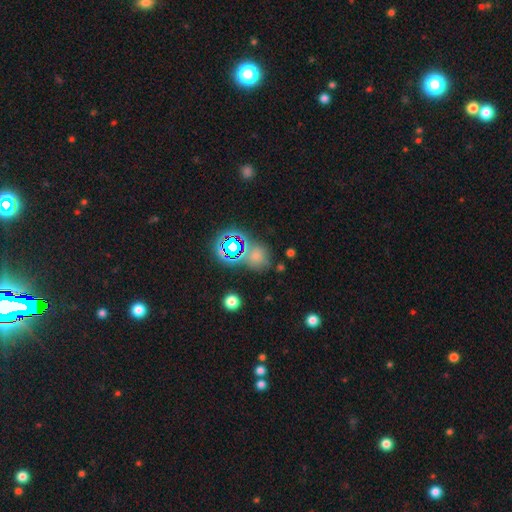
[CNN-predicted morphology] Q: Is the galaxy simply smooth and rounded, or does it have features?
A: smooth — 54%.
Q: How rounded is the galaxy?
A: round — 72%.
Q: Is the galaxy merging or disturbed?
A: none — 66%.